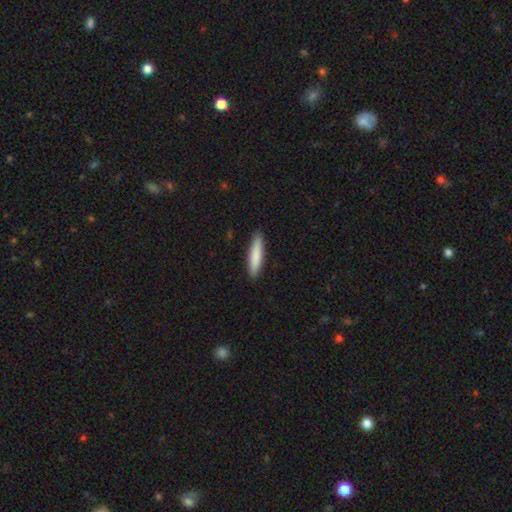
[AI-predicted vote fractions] Smooth or featured? Predicted: smooth (p=0.84). How rounded? Predicted: cigar-shaped (p=0.83). Merging? Predicted: none (p=0.90).